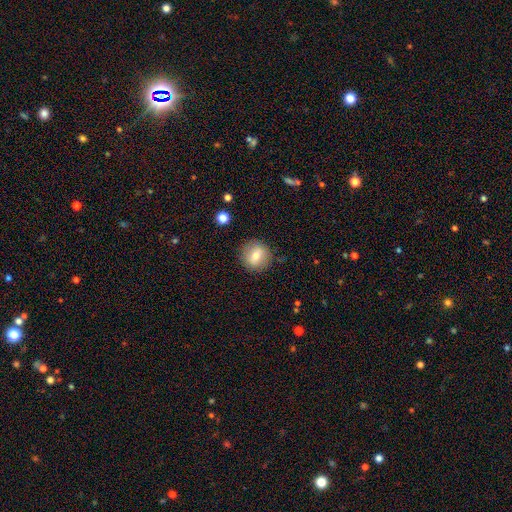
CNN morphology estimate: smooth_or_featured: smooth (p=0.71) [alt: featured or disk p=0.20]
how_rounded: round (p=0.89) [alt: in between p=0.10]
merging: none (p=0.87) [alt: minor disturbance p=0.09]